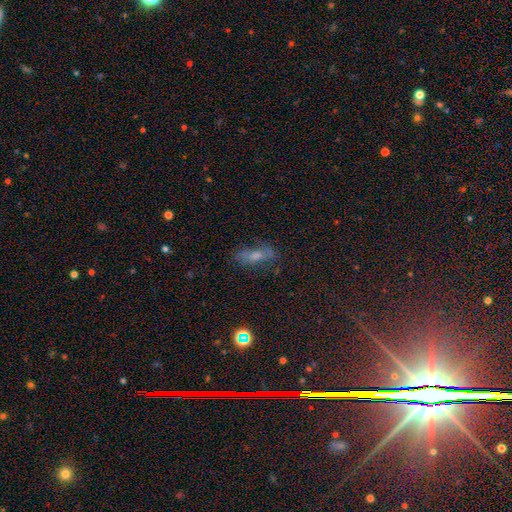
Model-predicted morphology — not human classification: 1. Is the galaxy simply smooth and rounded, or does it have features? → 42% smooth, 36% featured or disk, 22% star or artifact.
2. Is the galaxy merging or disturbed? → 65% none, 21% minor disturbance, 11% major disturbance, 3% merger.